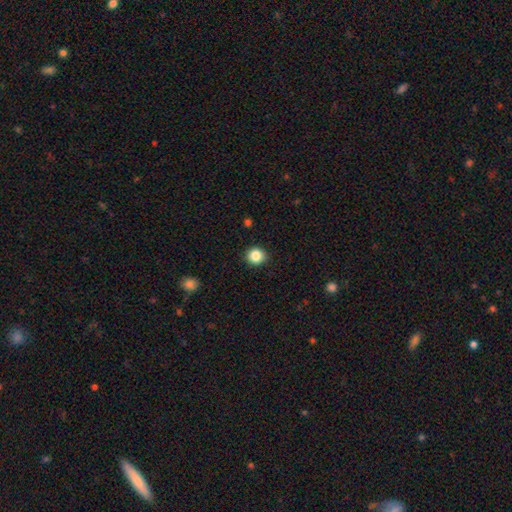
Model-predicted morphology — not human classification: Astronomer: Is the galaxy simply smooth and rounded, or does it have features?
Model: smooth — 86%.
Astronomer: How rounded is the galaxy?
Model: round — 88%.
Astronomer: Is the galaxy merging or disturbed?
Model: none — 90%.